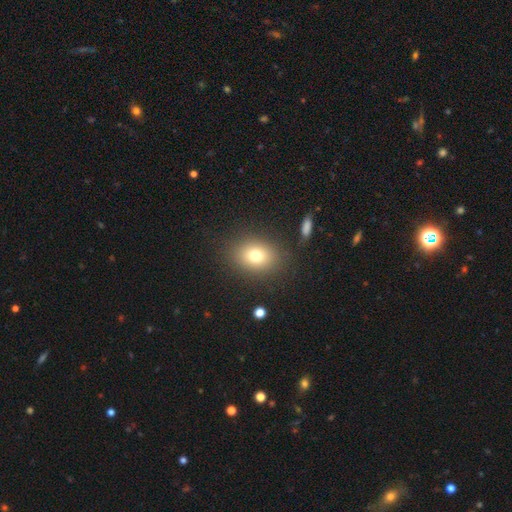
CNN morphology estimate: Smooth or featured: smooth — 76% (star or artifact — 13%)
How rounded: in between — 52% (round — 47%)
Merging: none — 85% (minor disturbance — 9%)